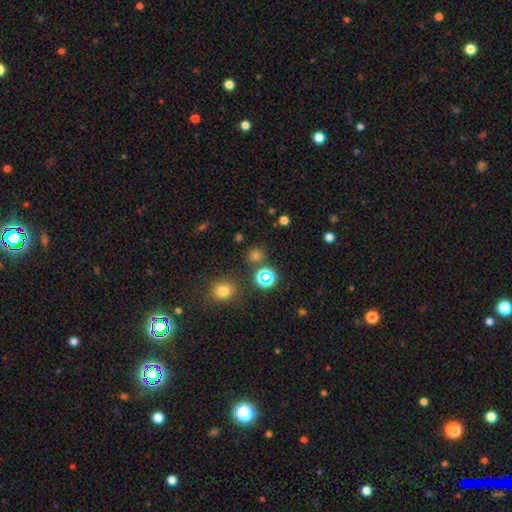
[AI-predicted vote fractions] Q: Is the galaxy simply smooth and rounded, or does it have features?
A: smooth — 64%.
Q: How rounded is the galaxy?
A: round — 89%.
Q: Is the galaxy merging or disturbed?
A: none — 83%.